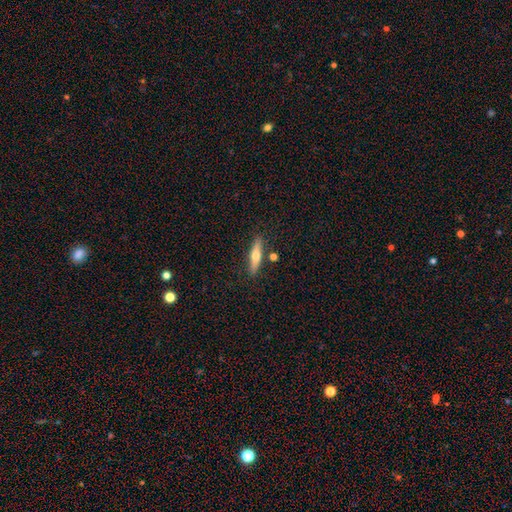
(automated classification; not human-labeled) This appears to be a smooth galaxy with no disk features (53%) that is cigar-shaped (79%). Merging: none (83%).